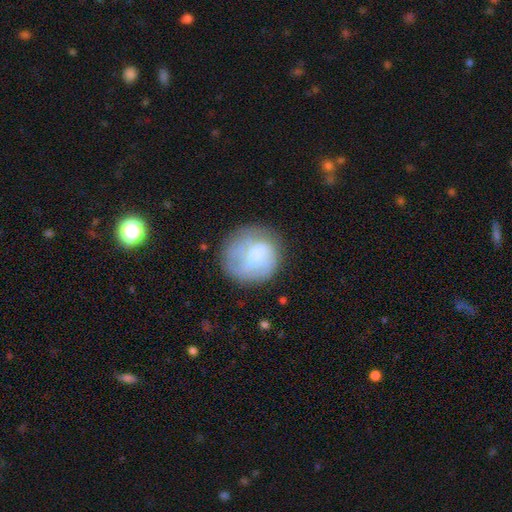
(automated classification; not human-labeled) This is possibly a smooth galaxy (50%). Merging: possibly none (60%).